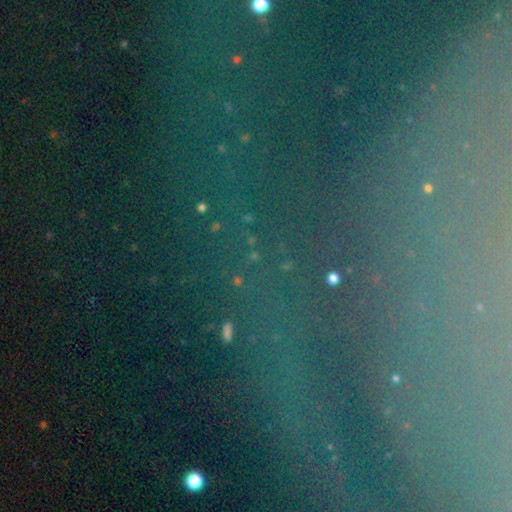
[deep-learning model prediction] smooth_or_featured: star or artifact (p=0.68) [alt: featured or disk p=0.18]